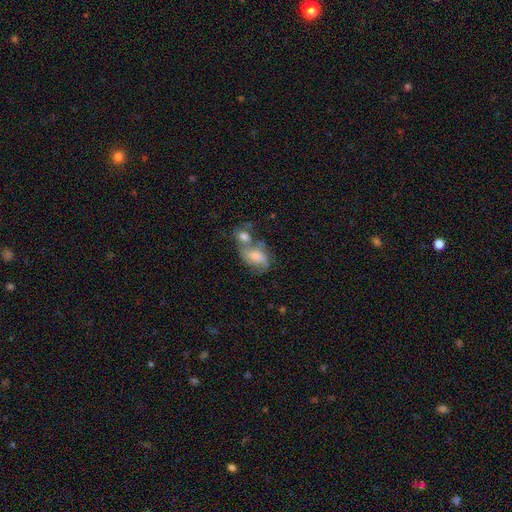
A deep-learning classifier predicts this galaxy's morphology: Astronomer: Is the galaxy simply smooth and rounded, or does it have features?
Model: smooth — 52% (runner-up: featured or disk, 40%).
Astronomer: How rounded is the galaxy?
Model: in between — 82%.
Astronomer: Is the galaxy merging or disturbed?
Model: merger — 50%.